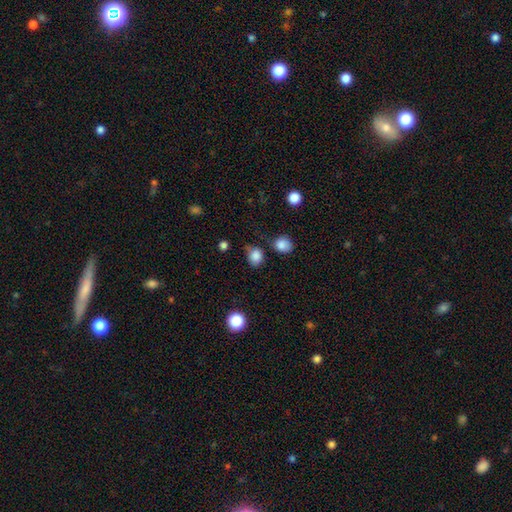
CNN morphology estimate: Smooth or featured? Predicted: smooth (p=0.84). How rounded? Predicted: round (p=0.60). Merging? Predicted: none (p=0.62).